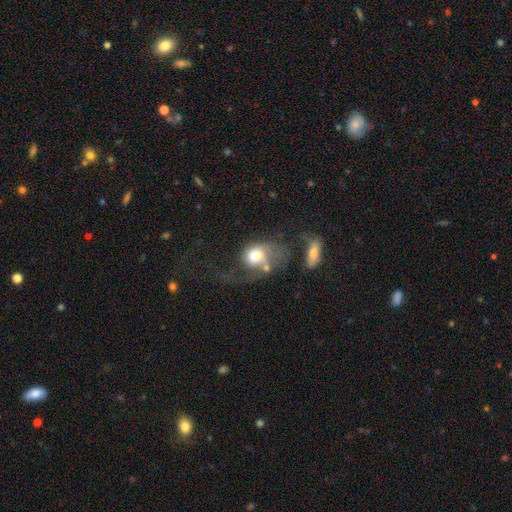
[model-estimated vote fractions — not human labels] Q: Smooth or featured?
A: smooth (47%); runner-up: featured or disk (44%)
Q: Merging?
A: major disturbance (42%); runner-up: merger (27%)